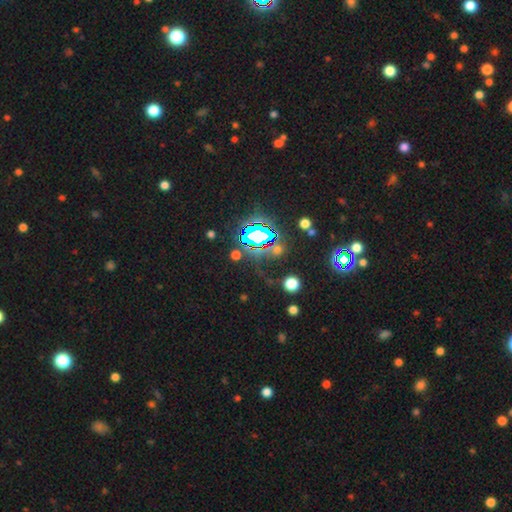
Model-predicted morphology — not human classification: star or artifact 83%, smooth 10%, featured or disk 7%.